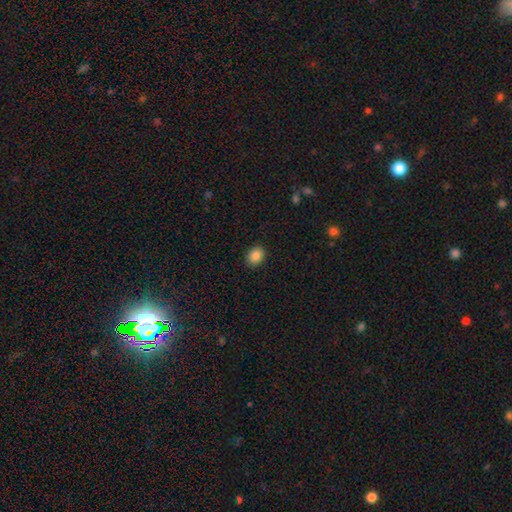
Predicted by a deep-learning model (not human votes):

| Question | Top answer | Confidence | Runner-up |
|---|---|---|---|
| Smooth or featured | smooth | 87% | star or artifact (9%) |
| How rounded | in between | 53% | round (46%) |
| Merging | none | 89% | minor disturbance (8%) |